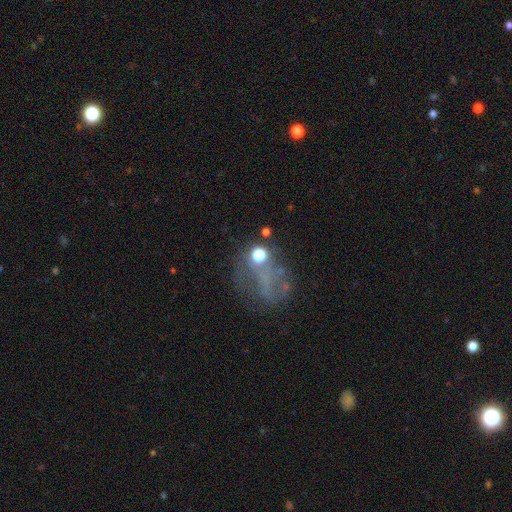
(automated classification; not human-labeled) smooth-or-featured: featured or disk: 40% | star or artifact: 34% | smooth: 26%
  merging: none: 41% | major disturbance: 34% | minor disturbance: 16% | merger: 8%